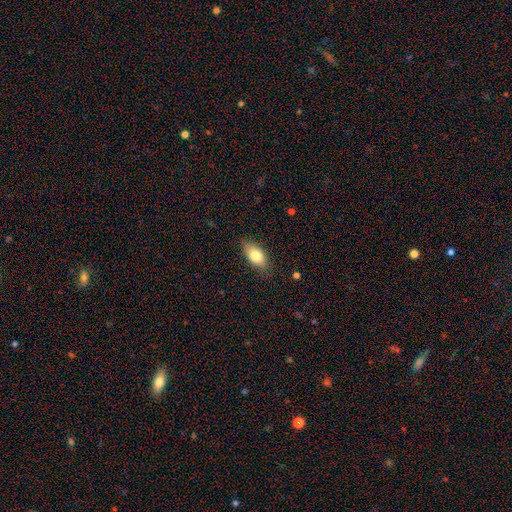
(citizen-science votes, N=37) smooth 81%, featured or disk 14%, star or artifact 5%. Down the decision tree: how rounded — in between (90%); merging — none (80%).